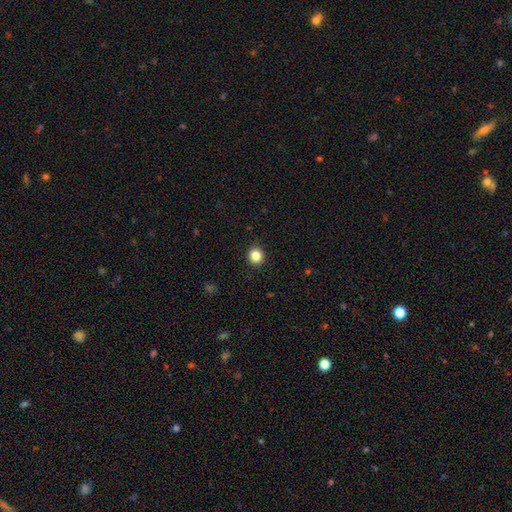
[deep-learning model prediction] smooth-or-featured: smooth: 85% | star or artifact: 11% | featured or disk: 4%
  how-rounded: round: 85% | in between: 14% | cigar-shaped: 1%
  merging: none: 90% | minor disturbance: 7% | major disturbance: 2% | merger: 1%